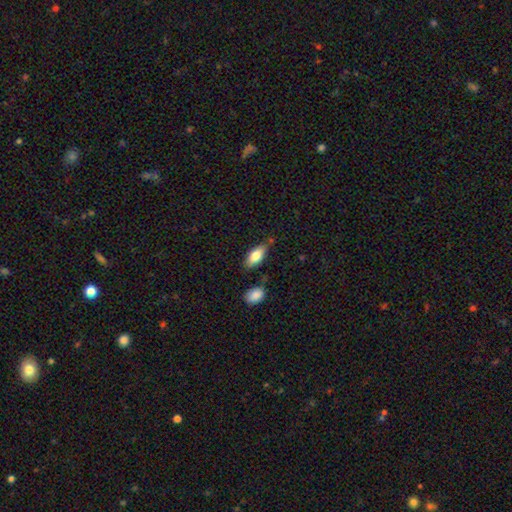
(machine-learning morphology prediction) This appears to be a smooth galaxy with no disk features (77%) that is in between round and cigar-shaped (84%). Merging: none (75%).